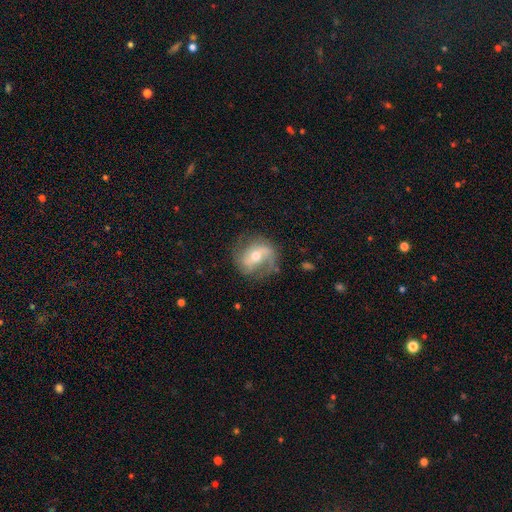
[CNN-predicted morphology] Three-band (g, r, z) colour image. It shows a featured or disk galaxy (76%) with a weak bar (39%), 2 (74%) medium (43%) spiral arms (89%) and a moderate central bulge (65%). Merging: none (69%).